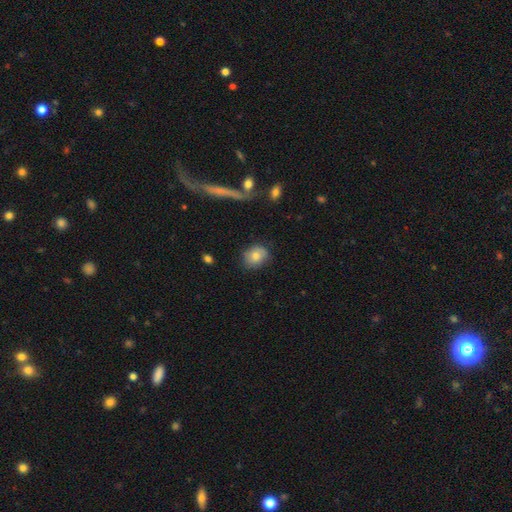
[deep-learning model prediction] This appears to be a smooth galaxy with no disk features (74%) that is round (62%). Merging: none (77%).